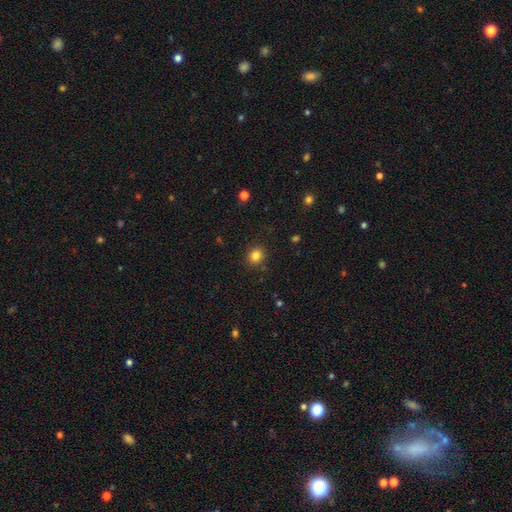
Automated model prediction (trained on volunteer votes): Morphology: type=smooth (83%); roundness=round (82%); merging=none (88%).